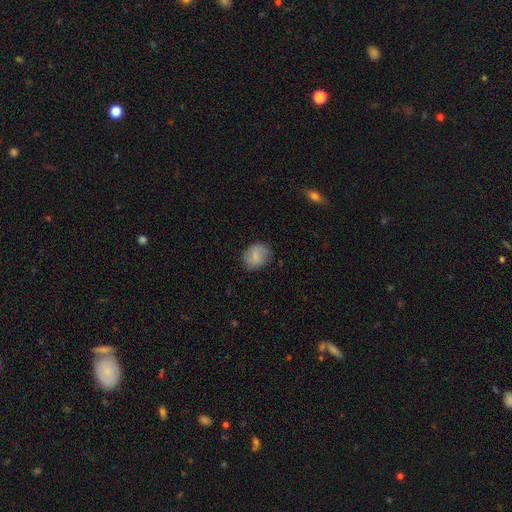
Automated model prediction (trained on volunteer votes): This appears to be a smooth galaxy with no disk features (73%) that is round (52%). Merging: none (75%).